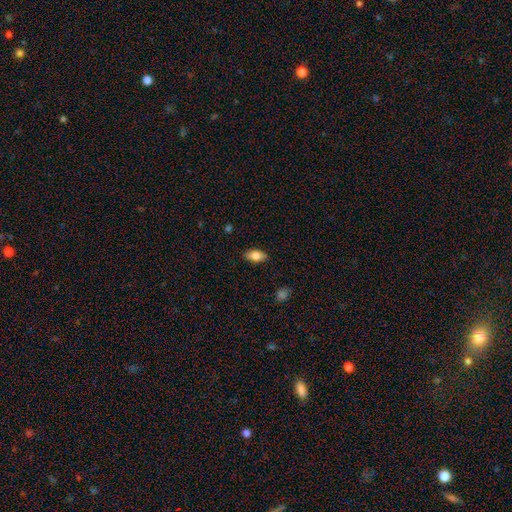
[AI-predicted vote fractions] This is likely a smooth galaxy (79%). How rounded: clearly in between (88%). Merging: clearly none (86%).